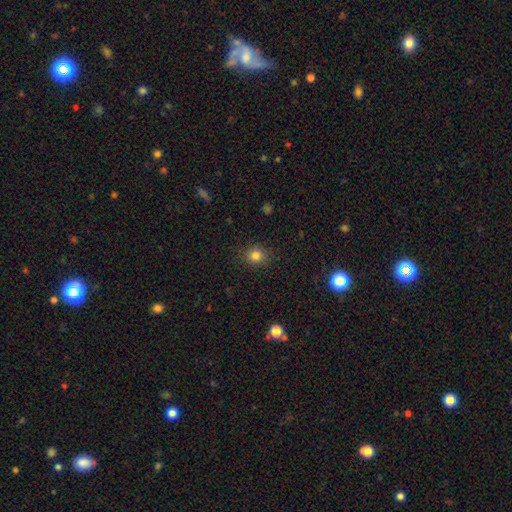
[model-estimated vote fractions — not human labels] smooth 81%, star or artifact 13%, featured or disk 6%. Down the decision tree: how rounded — round (80%); merging — none (88%).